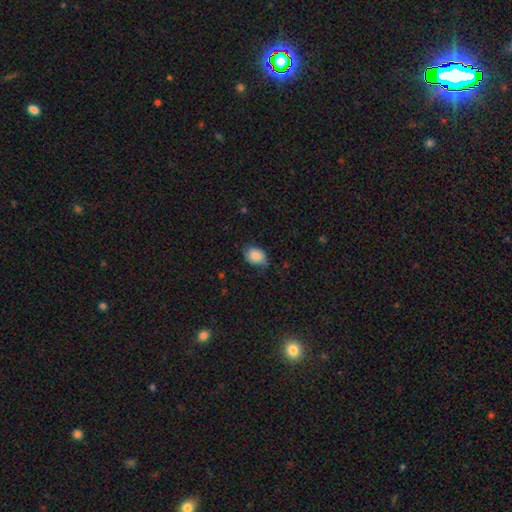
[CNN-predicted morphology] Smooth or featured? smooth (77%)
How rounded? in between (65%)
Merging? none (59%)